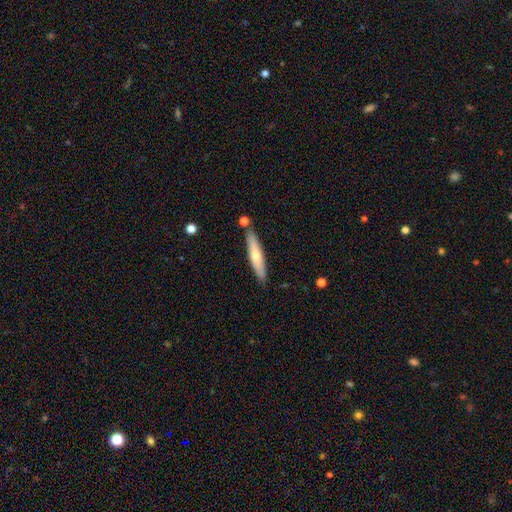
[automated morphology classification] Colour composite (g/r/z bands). It shows a smooth galaxy with no disk features (55%) that is cigar-shaped (87%). Merging: none (83%).